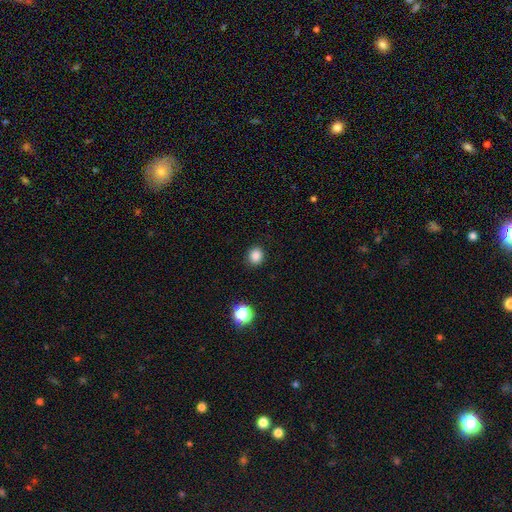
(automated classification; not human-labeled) smooth 84%, star or artifact 12%, featured or disk 3%. Down the decision tree: how rounded — round (75%); merging — none (89%).